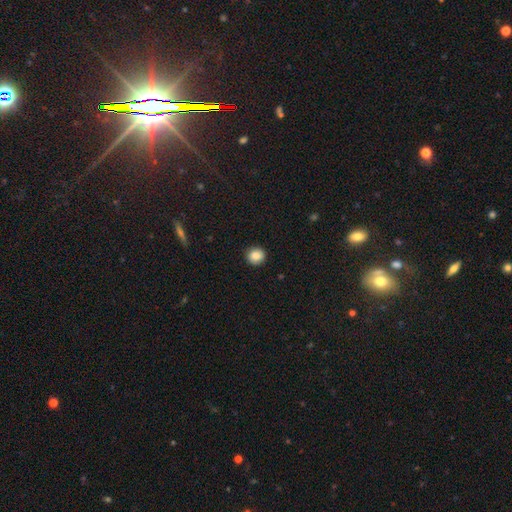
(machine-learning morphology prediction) type=smooth (87%); roundness=round (89%); merging=none (90%).